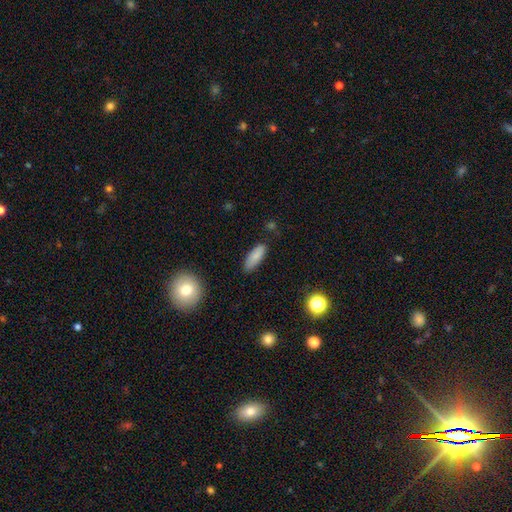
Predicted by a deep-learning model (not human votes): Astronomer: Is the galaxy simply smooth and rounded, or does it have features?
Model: smooth — 84%.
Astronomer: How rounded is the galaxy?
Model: in between — 69%.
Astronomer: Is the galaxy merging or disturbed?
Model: none — 82%.